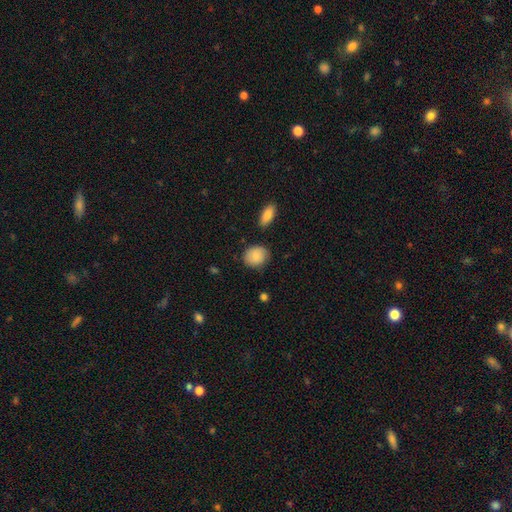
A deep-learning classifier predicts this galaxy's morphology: This appears to be a smooth galaxy with no disk features (87%) that is round (61%). Merging: none (81%).